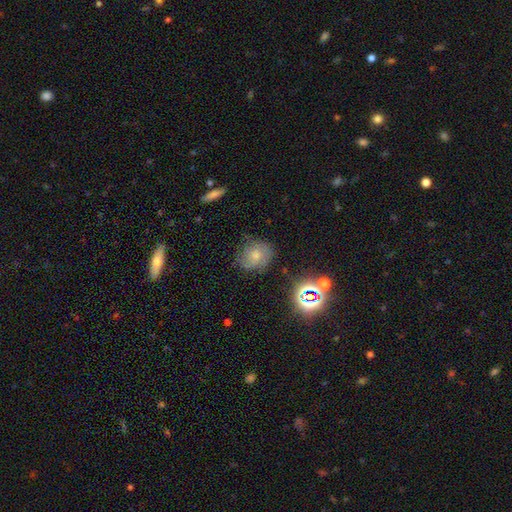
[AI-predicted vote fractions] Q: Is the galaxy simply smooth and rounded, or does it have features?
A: smooth — 47%.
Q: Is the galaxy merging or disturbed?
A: none — 65%.